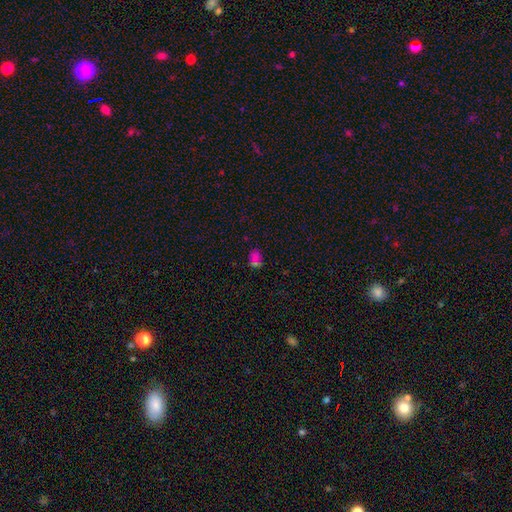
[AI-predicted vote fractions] Q: Smooth or featured?
A: smooth (56%); runner-up: star or artifact (34%)
Q: How rounded?
A: in between (70%); runner-up: round (27%)
Q: Merging?
A: none (66%); runner-up: minor disturbance (15%)